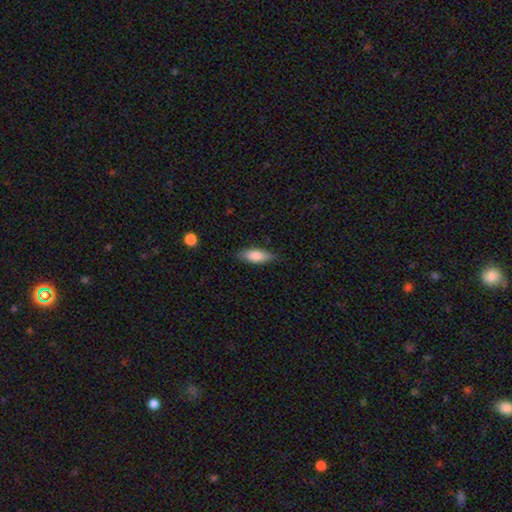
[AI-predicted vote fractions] This appears to be a smooth galaxy with no disk features (80%) that is in between round and cigar-shaped (71%). Merging: none (79%).